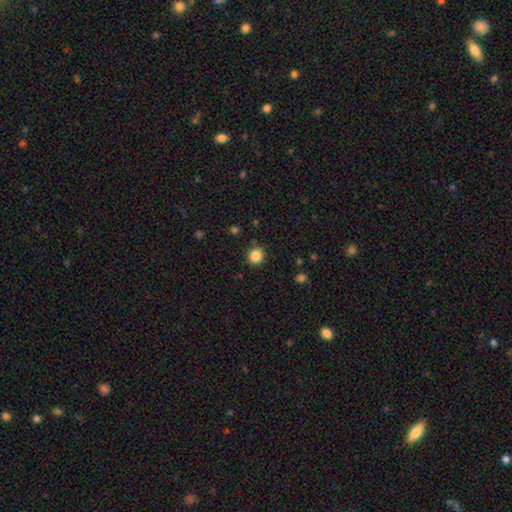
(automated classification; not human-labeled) smooth-or-featured: smooth: 85% | star or artifact: 11% | featured or disk: 4%
  how-rounded: round: 88% | in between: 11% | cigar-shaped: 1%
  merging: none: 89% | minor disturbance: 7% | major disturbance: 2% | merger: 2%